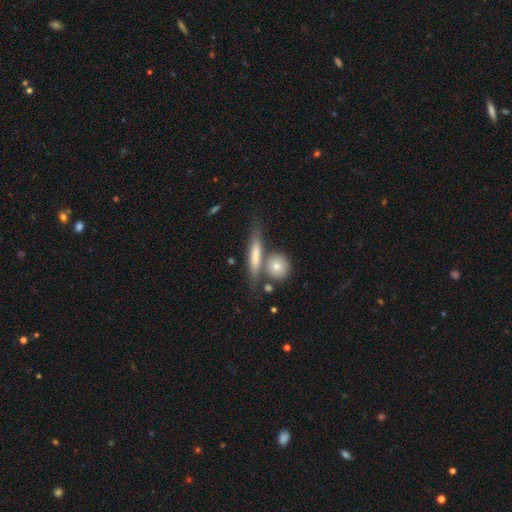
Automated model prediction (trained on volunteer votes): This is possibly a smooth galaxy (55%). How rounded: likely cigar-shaped (76%). Merging: likely none (61%).